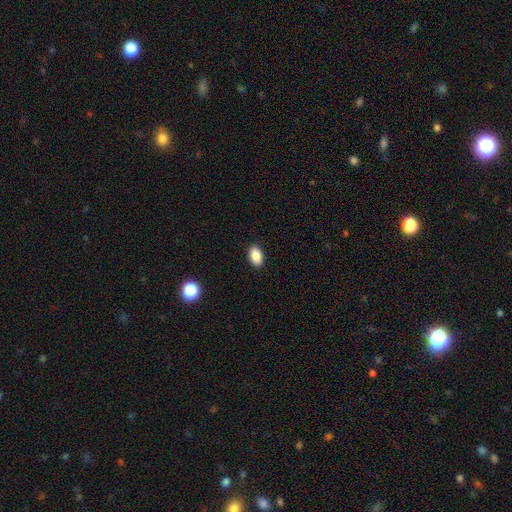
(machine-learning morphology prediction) The model was most divided on "smooth or featured": smooth: 88%, star or artifact: 8%, featured or disk: 4%. More confident: how rounded — in between (91%); merging — none (90%).